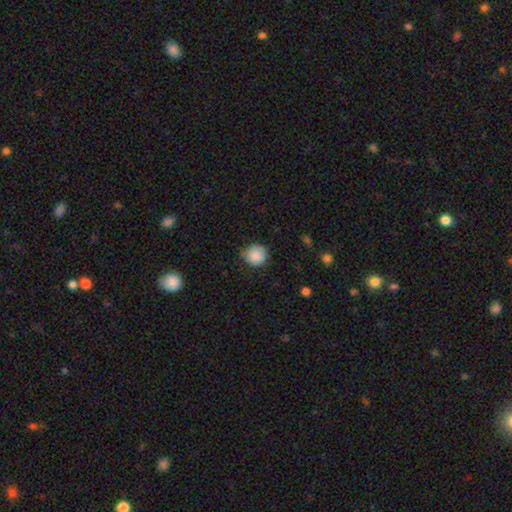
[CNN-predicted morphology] A smooth galaxy with no disk features (87%) that is round (91%).

Vote fractions:
- Smooth or featured? smooth: 87% / star or artifact: 8% / featured or disk: 5%
- How rounded? round: 91% / in between: 8% / cigar-shaped: 1%
- Merging? none: 73% / minor disturbance: 22% / major disturbance: 4% / merger: 1%